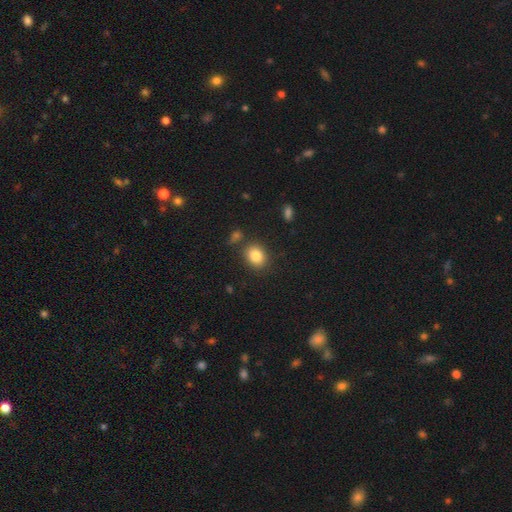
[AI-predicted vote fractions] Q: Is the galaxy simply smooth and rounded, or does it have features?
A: smooth — 84%.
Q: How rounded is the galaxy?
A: round — 53%.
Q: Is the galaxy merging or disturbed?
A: none — 81%.